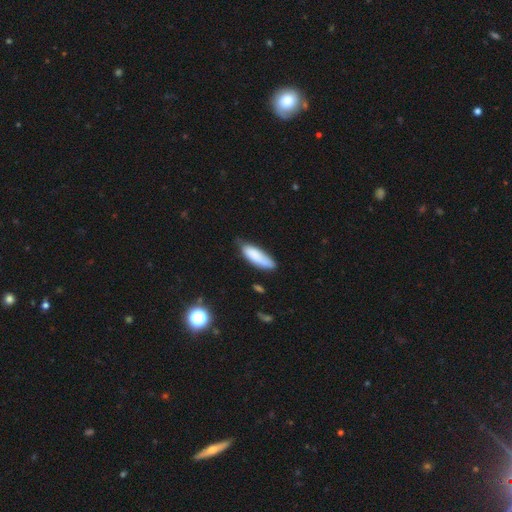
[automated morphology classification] Smooth or featured: smooth — 83% (featured or disk — 11%)
How rounded: in between — 54% (cigar-shaped — 45%)
Merging: none — 58% (minor disturbance — 33%)